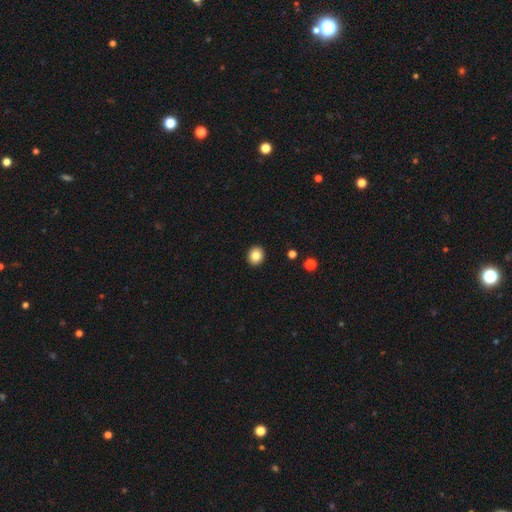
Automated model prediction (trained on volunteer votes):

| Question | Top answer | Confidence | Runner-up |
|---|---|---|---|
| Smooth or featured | smooth | 84% | star or artifact (9%) |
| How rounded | round | 75% | in between (24%) |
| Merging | none | 92% | minor disturbance (5%) |